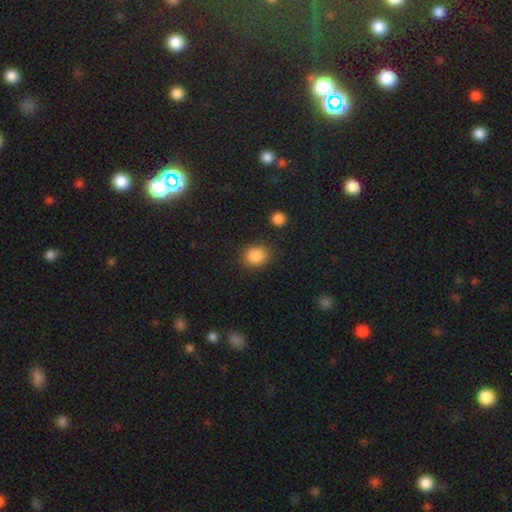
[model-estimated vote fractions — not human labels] A smooth galaxy with no disk features (86%) that is round (55%).

Vote fractions:
- Smooth or featured? smooth: 86% / star or artifact: 9% / featured or disk: 4%
- How rounded? round: 55% / in between: 44% / cigar-shaped: 1%
- Merging? none: 85% / minor disturbance: 10% / major disturbance: 3% / merger: 2%